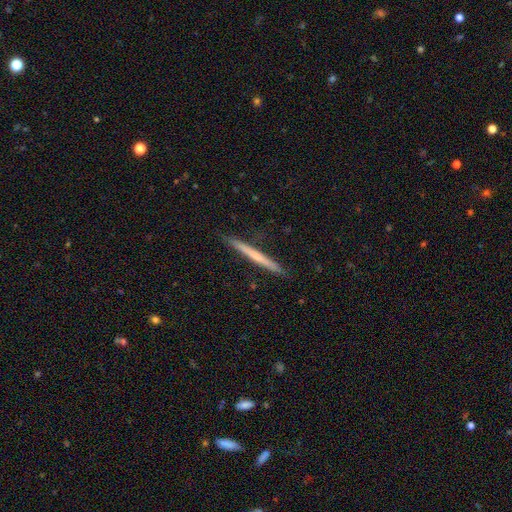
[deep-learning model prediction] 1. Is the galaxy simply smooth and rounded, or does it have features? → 51% smooth, 43% featured or disk, 5% star or artifact.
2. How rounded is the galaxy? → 97% cigar-shaped, 2% in between, 1% round.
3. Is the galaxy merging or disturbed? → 90% none, 7% minor disturbance, 1% major disturbance, 1% merger.